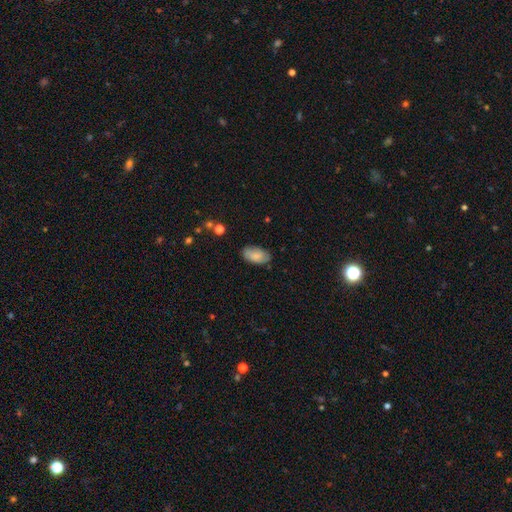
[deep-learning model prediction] The model was most divided on "merging": none: 79%, minor disturbance: 16%, major disturbance: 3%, merger: 1%. More confident: how rounded — in between (94%); smooth or featured — smooth (79%).